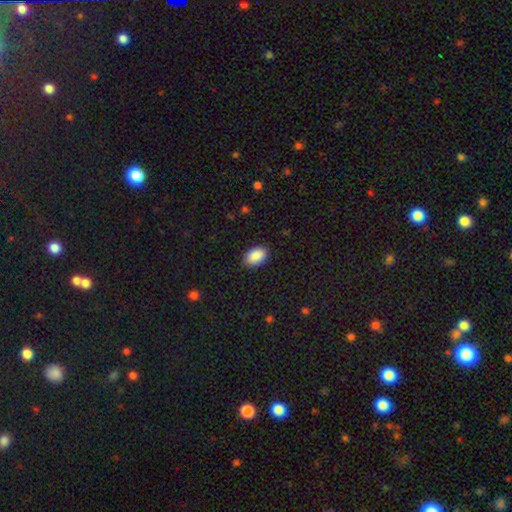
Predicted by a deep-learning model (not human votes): Smooth or featured? smooth (90%)
How rounded? in between (91%)
Merging? none (88%)